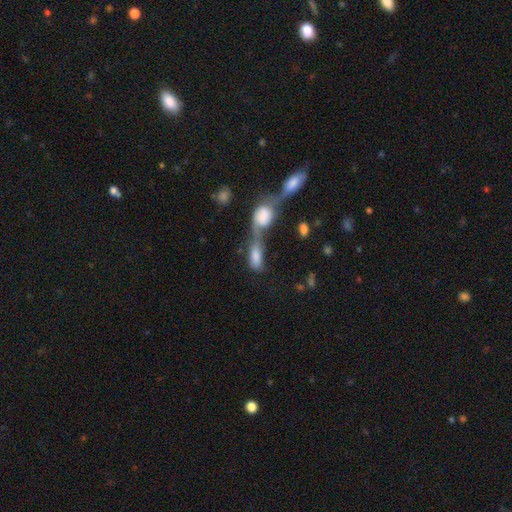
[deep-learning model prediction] smooth 68%, featured or disk 22%, star or artifact 11%. Down the decision tree: how rounded — in between (81%); merging — merger (72%).